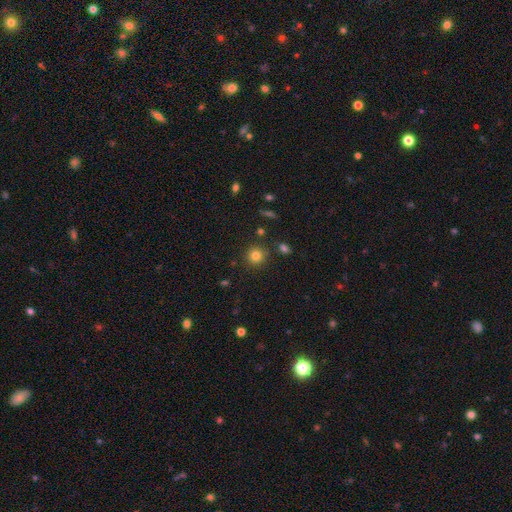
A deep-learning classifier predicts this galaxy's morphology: A smooth galaxy with no disk features (81%) that is round (92%). Merging: none (87%).